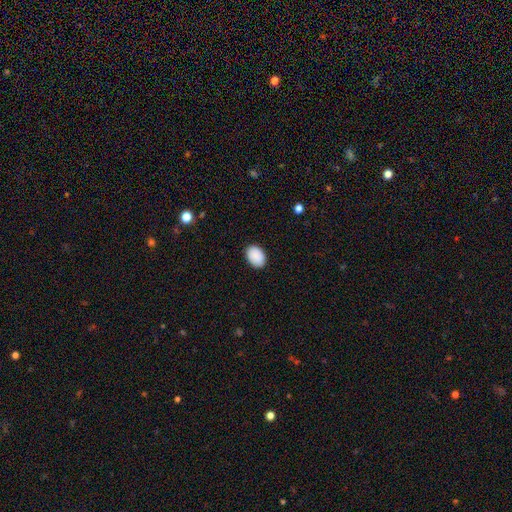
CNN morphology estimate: Smooth or featured?
  - smooth: 91% *
  - star or artifact: 6%
  - featured or disk: 3%
How rounded?
  - in between: 82% *
  - round: 17%
  - cigar-shaped: 1%
Merging?
  - none: 88% *
  - minor disturbance: 9%
  - major disturbance: 2%
  - merger: 1%